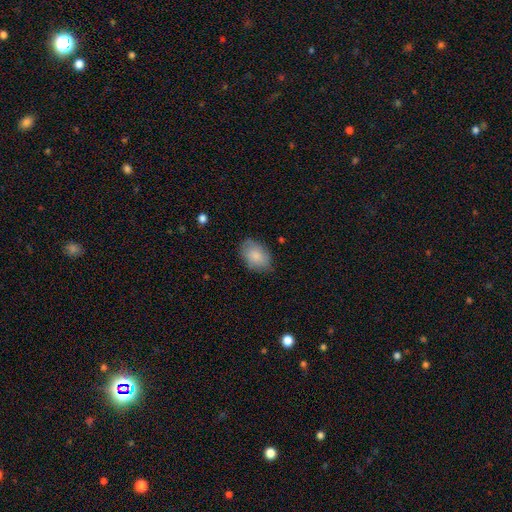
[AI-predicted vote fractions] The model was most divided on "merging": none: 76%, minor disturbance: 19%, major disturbance: 4%, merger: 1%. More confident: how rounded — in between (84%); smooth or featured — smooth (81%).